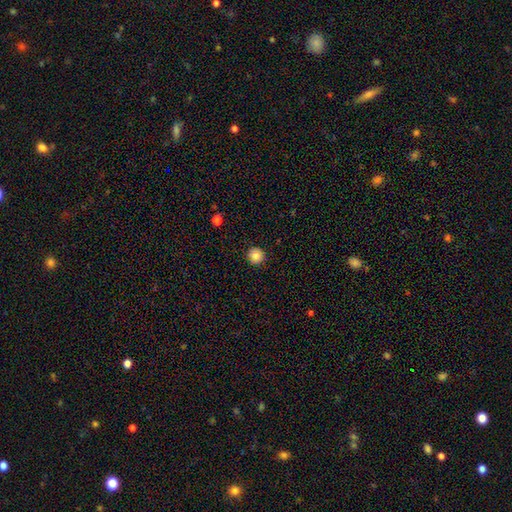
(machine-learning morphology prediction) A smooth galaxy with no disk features (85%) that is round (95%). Merging: none (91%).